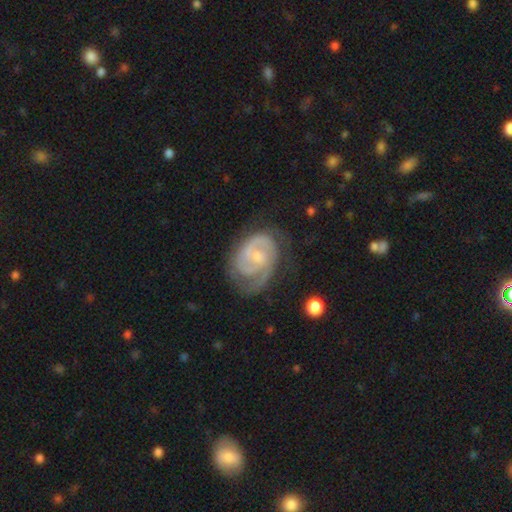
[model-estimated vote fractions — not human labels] Smooth or featured? Predicted: featured or disk (p=0.86). Edge-on disk? Predicted: no (p=0.98). Bar? Predicted: no (p=0.57). Spiral arms? Predicted: yes (p=0.96). Spiral winding? Predicted: tight (p=0.55). Spiral arm count? Predicted: 2 (p=0.63). Bulge size? Predicted: small (p=0.61). Merging? Predicted: none (p=0.62).